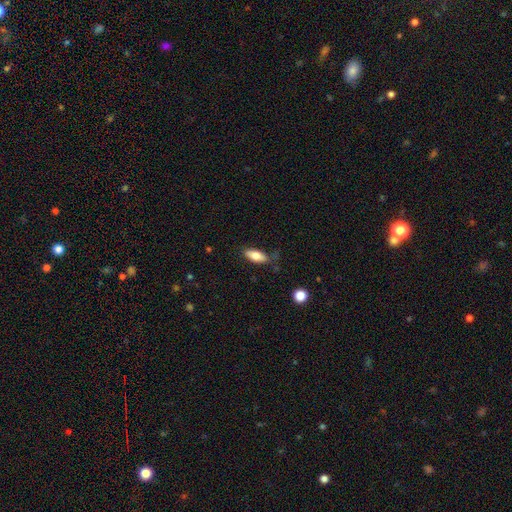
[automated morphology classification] Q: Smooth or featured?
A: smooth (77%); runner-up: featured or disk (16%)
Q: How rounded?
A: in between (78%); runner-up: cigar-shaped (19%)
Q: Merging?
A: none (69%); runner-up: minor disturbance (22%)